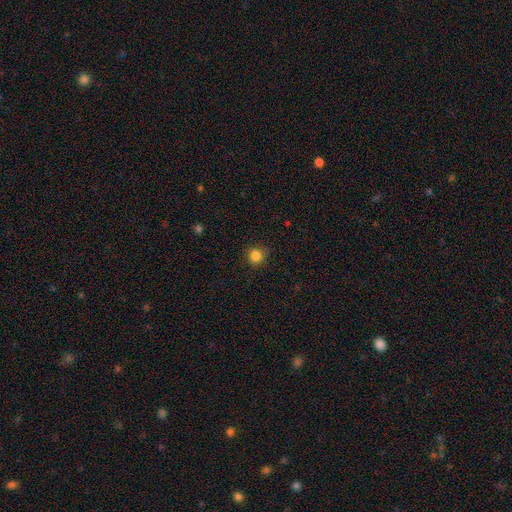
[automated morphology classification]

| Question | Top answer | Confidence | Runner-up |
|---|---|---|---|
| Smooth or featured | smooth | 84% | star or artifact (12%) |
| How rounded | round | 91% | in between (8%) |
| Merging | none | 86% | minor disturbance (10%) |